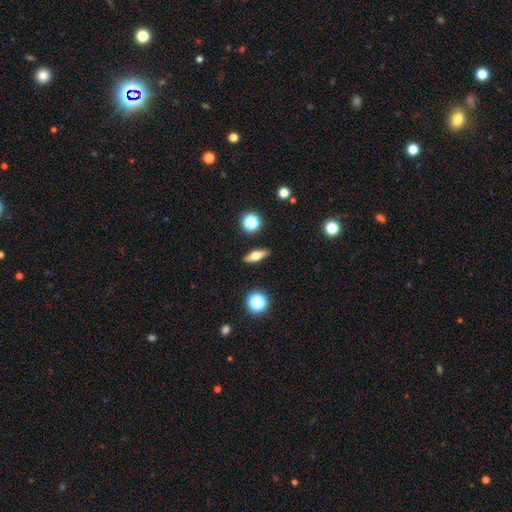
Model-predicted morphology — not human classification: The model was most divided on "how rounded": in between: 52%, cigar-shaped: 38%, round: 10%. More confident: merging — none (89%); smooth or featured — smooth (56%).